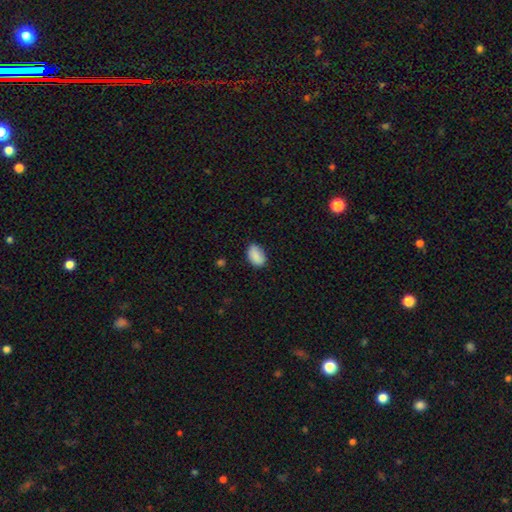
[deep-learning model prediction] This is clearly a smooth galaxy (88%). How rounded: clearly in between (88%). Merging: likely none (78%).